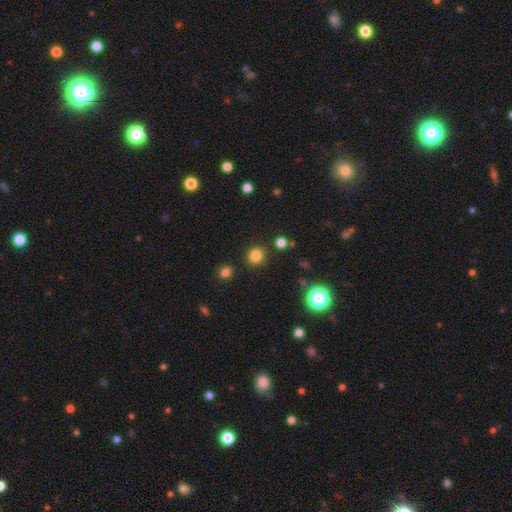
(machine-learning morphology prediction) A smooth galaxy with no disk features (82%) that is round (87%).

Vote fractions:
- Smooth or featured? smooth: 82% / star or artifact: 15% / featured or disk: 4%
- How rounded? round: 87% / in between: 12% / cigar-shaped: 1%
- Merging? none: 87% / minor disturbance: 7% / merger: 3% / major disturbance: 3%